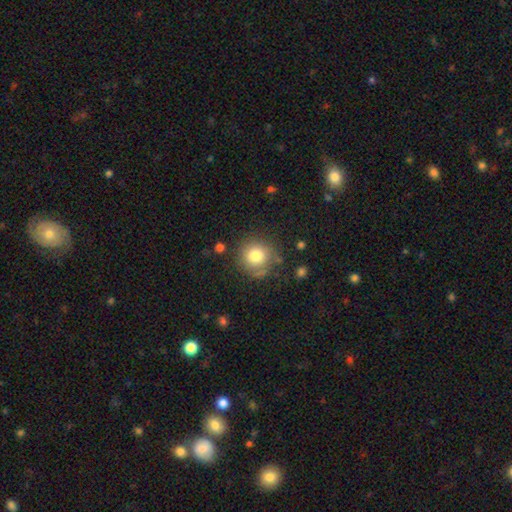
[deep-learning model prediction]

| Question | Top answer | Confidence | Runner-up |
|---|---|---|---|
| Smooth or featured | smooth | 80% | star or artifact (10%) |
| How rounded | round | 90% | in between (9%) |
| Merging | none | 75% | minor disturbance (15%) |